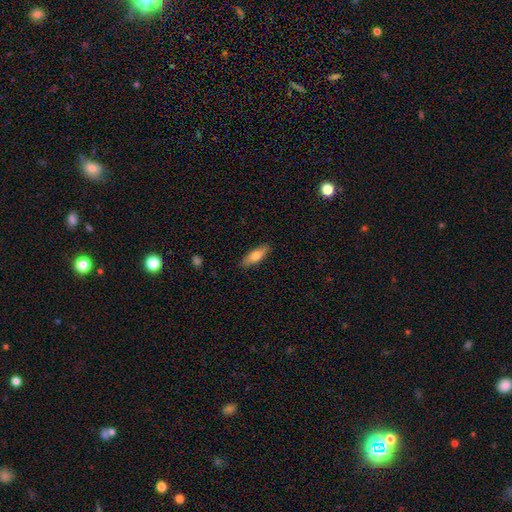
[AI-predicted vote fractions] Smooth or featured?
  - smooth: 75% *
  - featured or disk: 19%
  - star or artifact: 6%
How rounded?
  - in between: 53% *
  - cigar-shaped: 45%
  - round: 2%
Merging?
  - none: 87% *
  - minor disturbance: 10%
  - major disturbance: 2%
  - merger: 1%